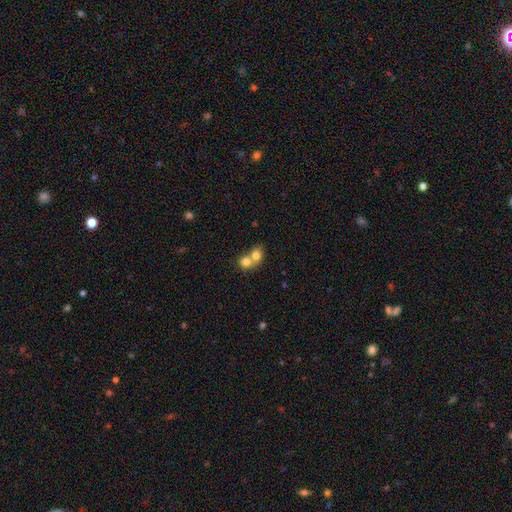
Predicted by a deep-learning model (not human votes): Q: Smooth or featured?
A: smooth (76%); runner-up: featured or disk (14%)
Q: How rounded?
A: round (68%); runner-up: in between (31%)
Q: Merging?
A: merger (69%); runner-up: none (24%)